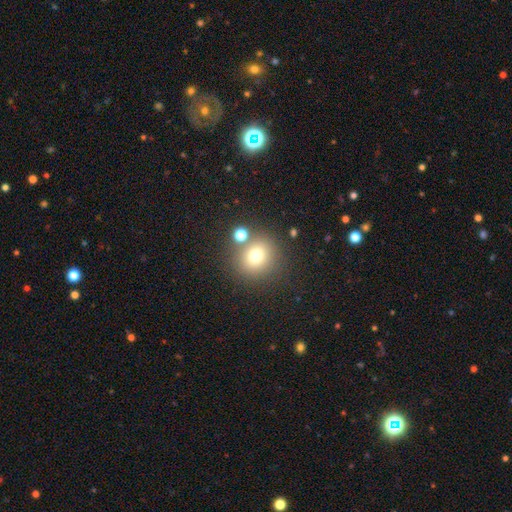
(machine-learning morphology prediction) Q: Smooth or featured?
A: smooth (72%); runner-up: star or artifact (16%)
Q: How rounded?
A: round (87%); runner-up: in between (12%)
Q: Merging?
A: none (75%); runner-up: merger (12%)